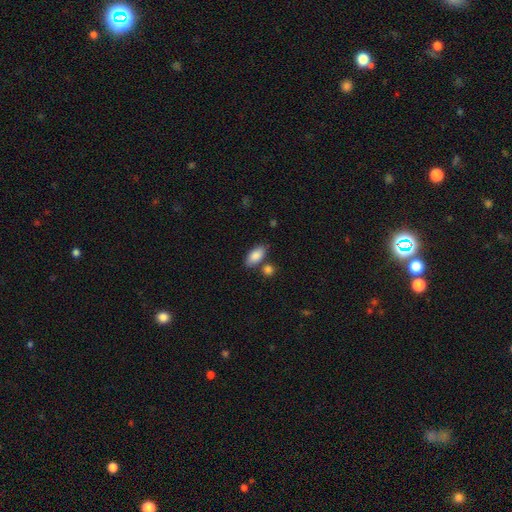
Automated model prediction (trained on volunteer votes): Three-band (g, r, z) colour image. It shows a smooth galaxy with no disk features (87%) that is in between round and cigar-shaped (91%). Merging: none (71%).